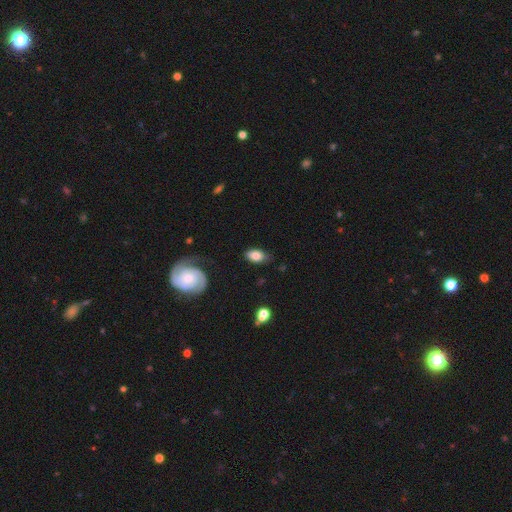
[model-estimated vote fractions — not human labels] This is likely a smooth galaxy (77%). How rounded: clearly in between (89%). Merging: likely none (74%).